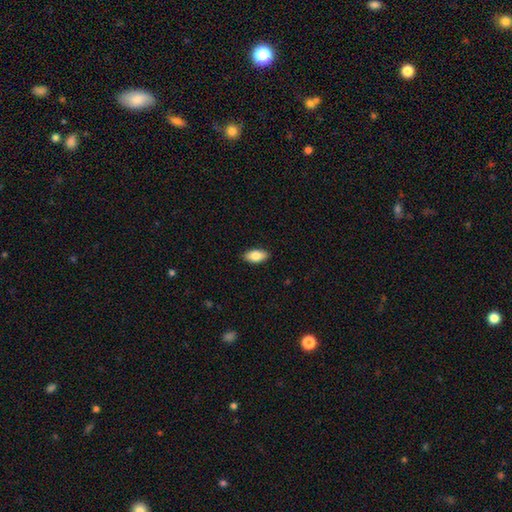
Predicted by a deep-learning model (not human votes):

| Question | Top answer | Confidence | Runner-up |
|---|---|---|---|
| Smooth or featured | smooth | 83% | featured or disk (10%) |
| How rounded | in between | 91% | cigar-shaped (5%) |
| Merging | none | 89% | minor disturbance (8%) |